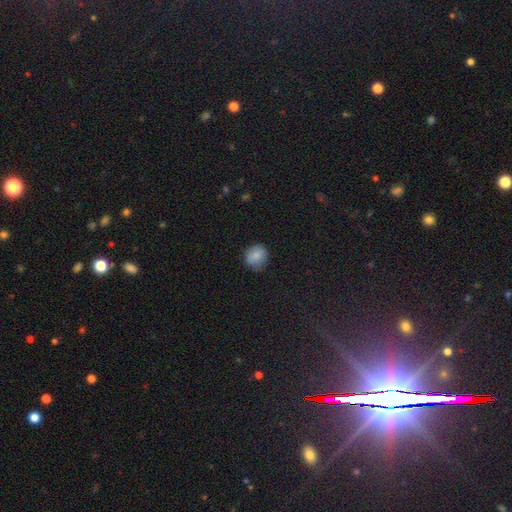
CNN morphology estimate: Smooth or featured? smooth (84%)
How rounded? round (72%)
Merging? none (73%)